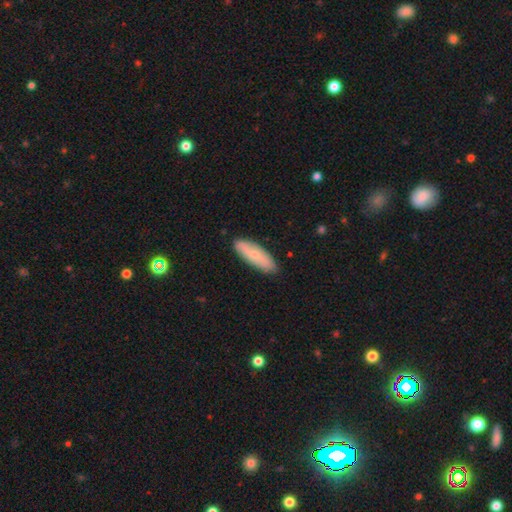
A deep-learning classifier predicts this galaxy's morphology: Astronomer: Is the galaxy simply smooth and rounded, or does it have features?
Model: smooth — 67%.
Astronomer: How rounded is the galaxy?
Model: in between — 54% (runner-up: cigar-shaped, 44%).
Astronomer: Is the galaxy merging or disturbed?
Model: none — 84%.